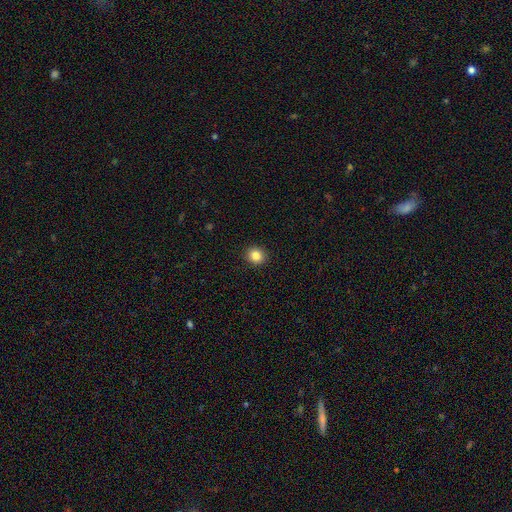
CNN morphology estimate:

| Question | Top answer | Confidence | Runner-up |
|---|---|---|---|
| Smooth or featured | smooth | 84% | star or artifact (11%) |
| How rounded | round | 84% | in between (15%) |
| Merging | none | 92% | minor disturbance (5%) |